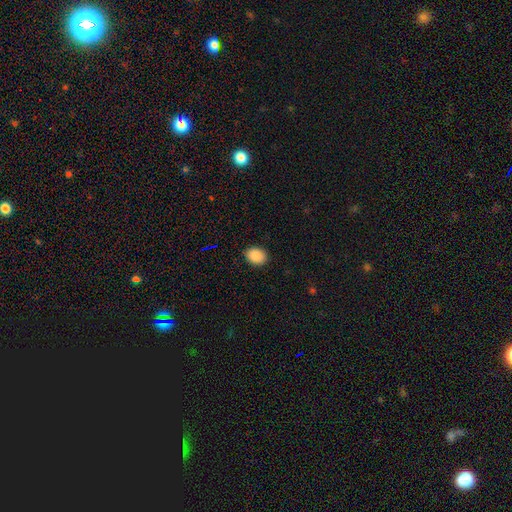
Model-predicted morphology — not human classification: Smooth or featured: smooth — 89% (star or artifact — 8%)
How rounded: in between — 62% (round — 37%)
Merging: none — 90% (minor disturbance — 7%)